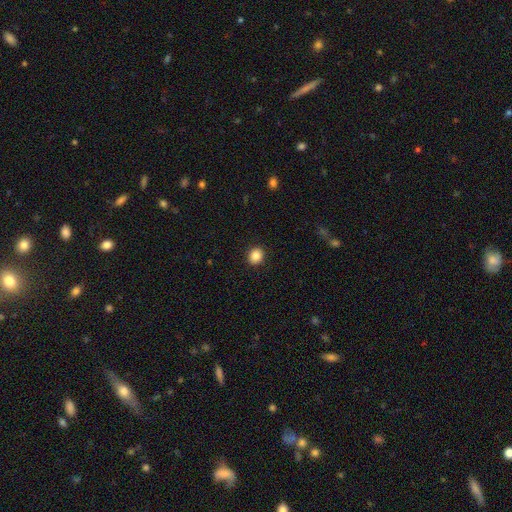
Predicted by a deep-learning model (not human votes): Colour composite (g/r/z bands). It shows a smooth galaxy with no disk features (87%) that is round (76%). Merging: none (92%).